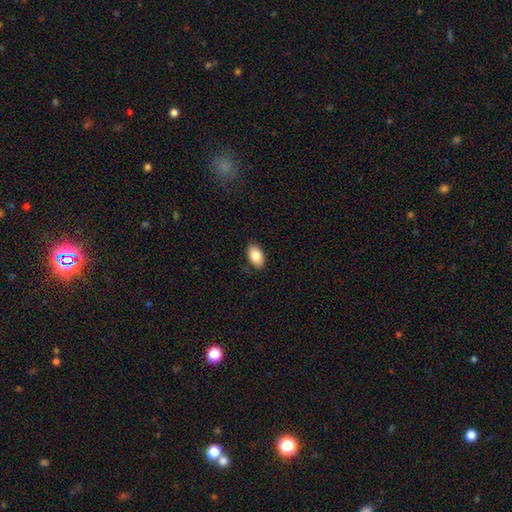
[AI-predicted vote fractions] Morphology: type=smooth (85%); roundness=in between (92%); merging=none (86%).